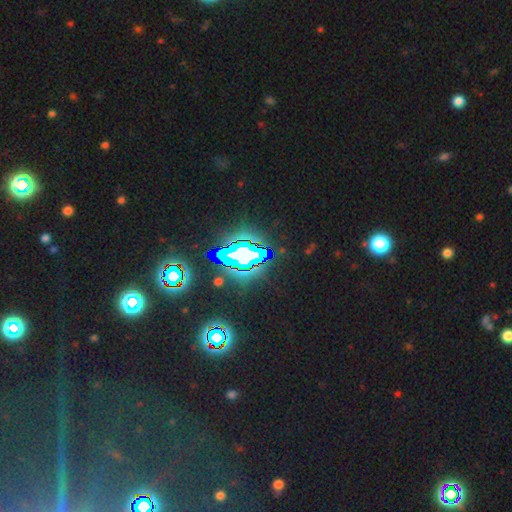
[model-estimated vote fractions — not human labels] Overall: star or artifact (68%).